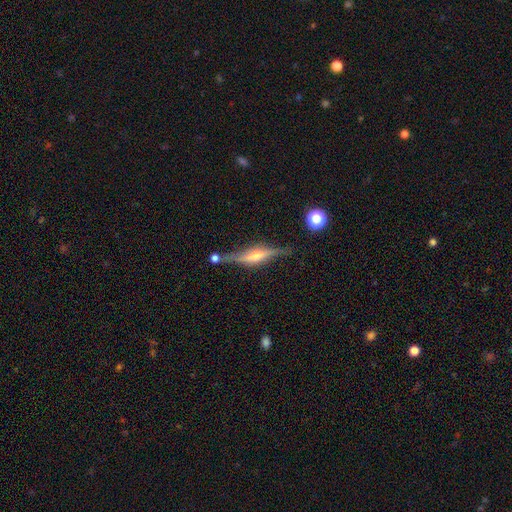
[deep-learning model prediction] Smooth or featured? featured or disk (79%)
Edge-on disk? yes (95%)
Edge-on bulge? rounded (74%)
Merging? none (75%)